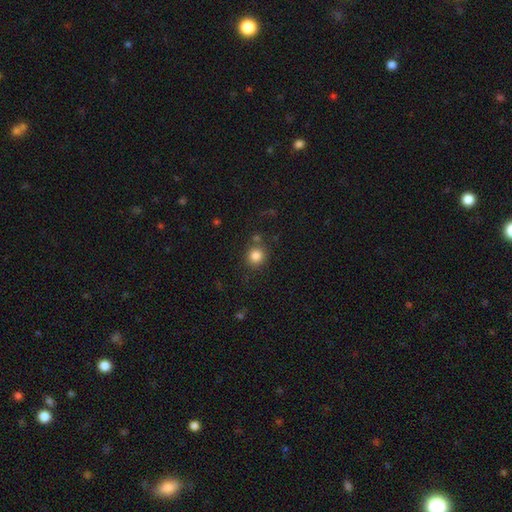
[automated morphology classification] smooth-or-featured: smooth: 84% | star or artifact: 11% | featured or disk: 5%
  how-rounded: round: 89% | in between: 10% | cigar-shaped: 1%
  merging: none: 78% | minor disturbance: 10% | merger: 8% | major disturbance: 4%